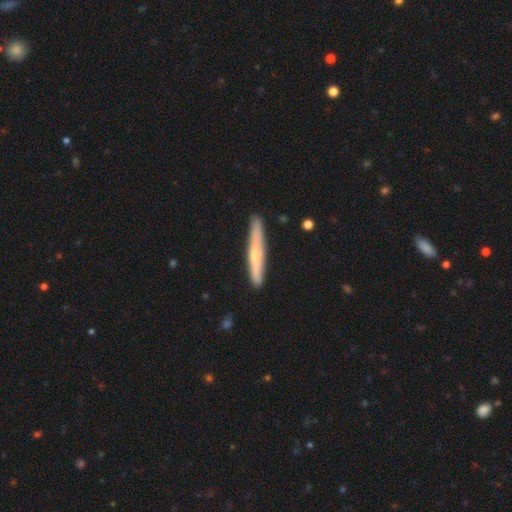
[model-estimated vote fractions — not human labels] Smooth or featured? smooth (50%)
How rounded? cigar-shaped (95%)
Merging? none (89%)